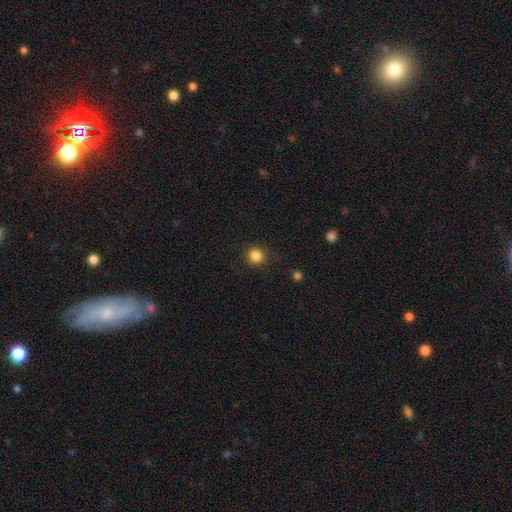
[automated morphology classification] type=smooth (85%); roundness=round (93%); merging=none (90%).